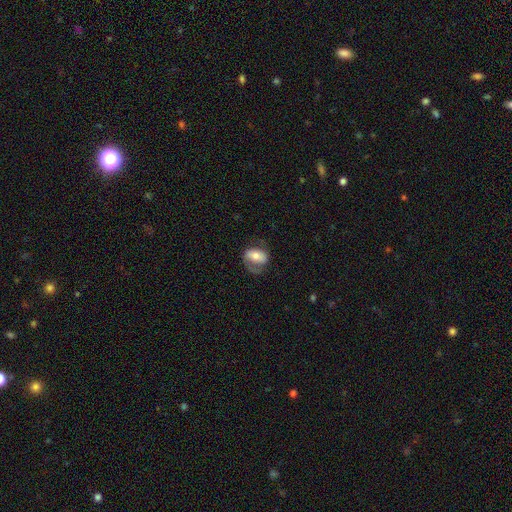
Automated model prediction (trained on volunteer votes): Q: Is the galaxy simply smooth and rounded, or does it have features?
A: featured or disk — 47%.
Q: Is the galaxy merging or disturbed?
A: none — 48%.